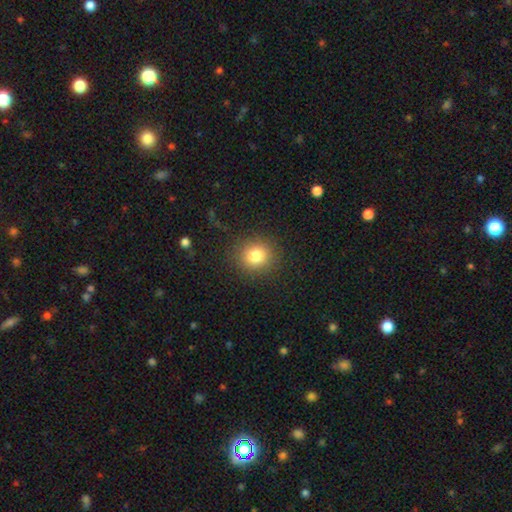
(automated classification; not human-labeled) smooth-or-featured: smooth: 82% | star or artifact: 11% | featured or disk: 7%
  how-rounded: round: 81% | in between: 18% | cigar-shaped: 1%
  merging: none: 88% | minor disturbance: 8% | major disturbance: 3% | merger: 1%